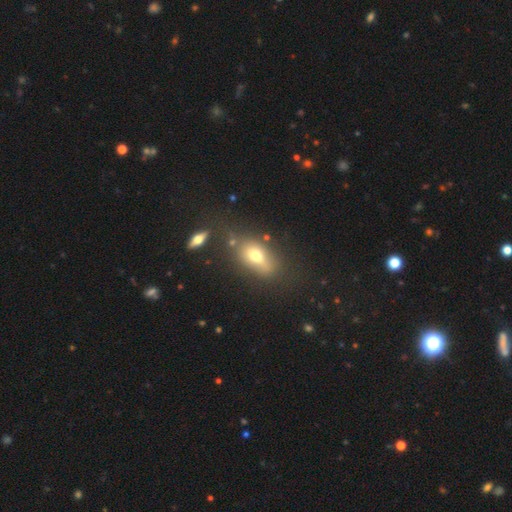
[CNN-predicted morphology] Q: Smooth or featured?
A: smooth (67%); runner-up: featured or disk (21%)
Q: How rounded?
A: in between (82%); runner-up: round (13%)
Q: Merging?
A: none (60%); runner-up: minor disturbance (19%)